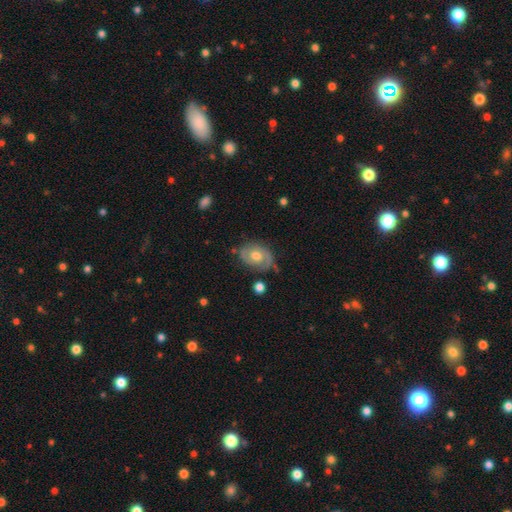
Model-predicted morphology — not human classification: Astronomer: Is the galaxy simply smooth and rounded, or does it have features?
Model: featured or disk — 70%.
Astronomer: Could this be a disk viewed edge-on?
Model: no — 96%.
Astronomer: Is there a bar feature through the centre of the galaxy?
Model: no — 69%.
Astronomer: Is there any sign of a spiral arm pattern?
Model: yes — 85%.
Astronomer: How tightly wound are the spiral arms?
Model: medium — 43% (runner-up: tight, 40%).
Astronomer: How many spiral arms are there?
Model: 2 — 78%.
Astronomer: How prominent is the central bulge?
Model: moderate — 74%.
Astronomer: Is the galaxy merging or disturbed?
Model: none — 70%.